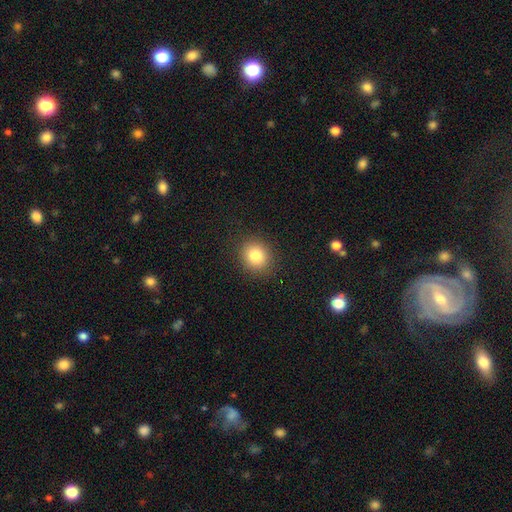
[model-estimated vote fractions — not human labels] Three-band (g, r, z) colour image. It shows a smooth galaxy with no disk features (83%) that is round (77%). Merging: none (89%).